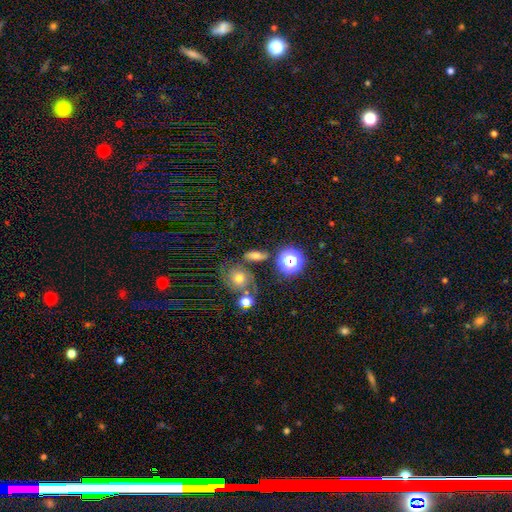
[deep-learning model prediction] A smooth galaxy with no disk features (60%) that is in between round and cigar-shaped (60%). Merging: none (65%).